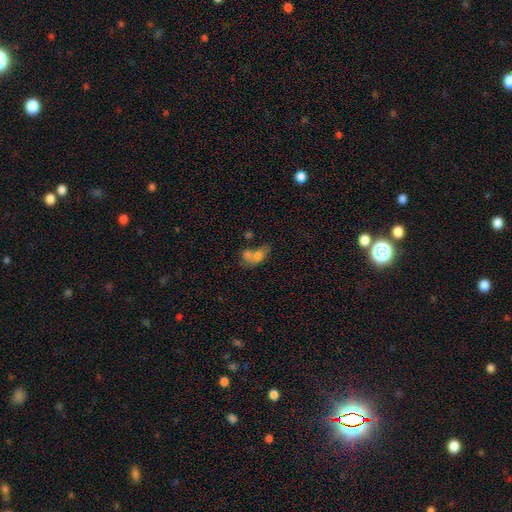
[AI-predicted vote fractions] The model was most divided on "smooth or featured": smooth: 65%, featured or disk: 24%, star or artifact: 11%. More confident: how rounded — in between (71%); merging — merger (62%).